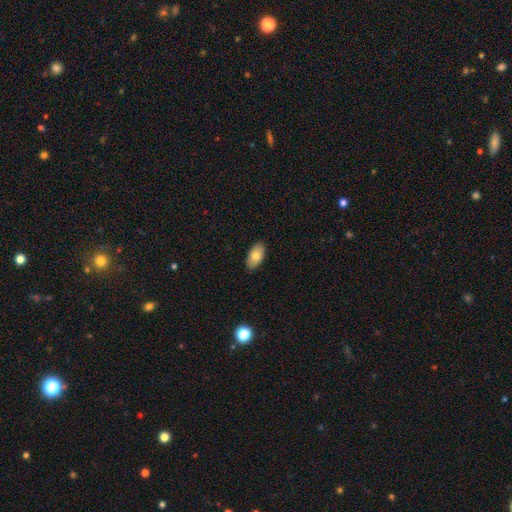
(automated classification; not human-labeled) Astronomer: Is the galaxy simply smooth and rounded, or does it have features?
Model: smooth — 79%.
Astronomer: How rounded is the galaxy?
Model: in between — 94%.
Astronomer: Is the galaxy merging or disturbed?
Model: none — 89%.